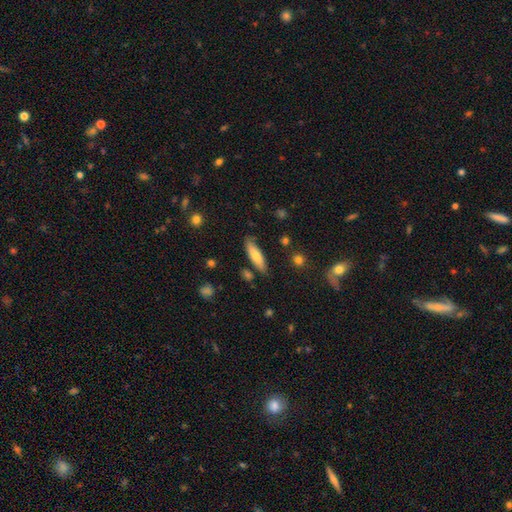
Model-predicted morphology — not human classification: The model was most divided on "how rounded": cigar-shaped: 63%, in between: 35%, round: 2%. More confident: merging — none (78%); smooth or featured — smooth (72%).